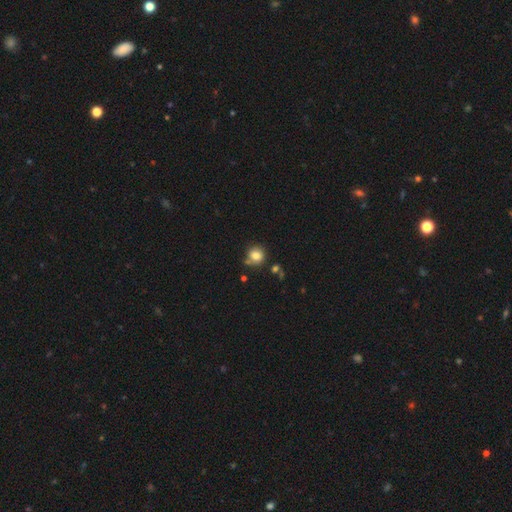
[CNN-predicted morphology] The model was most divided on "merging": none: 66%, minor disturbance: 17%, merger: 11%, major disturbance: 5%. More confident: how rounded — round (86%); smooth or featured — smooth (81%).